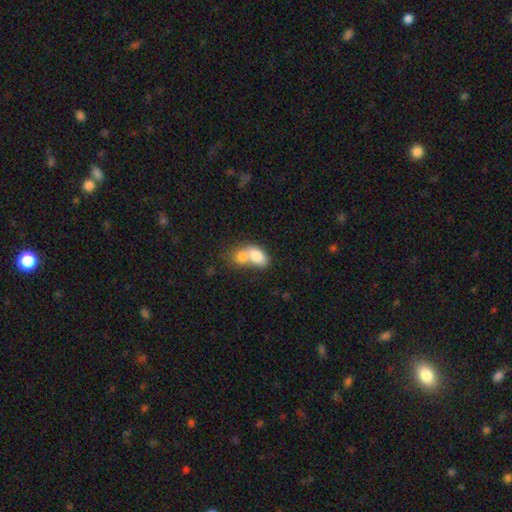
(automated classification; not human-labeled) Smooth or featured? Predicted: smooth (p=0.77). How rounded? Predicted: in between (p=0.81). Merging? Predicted: merger (p=0.71).